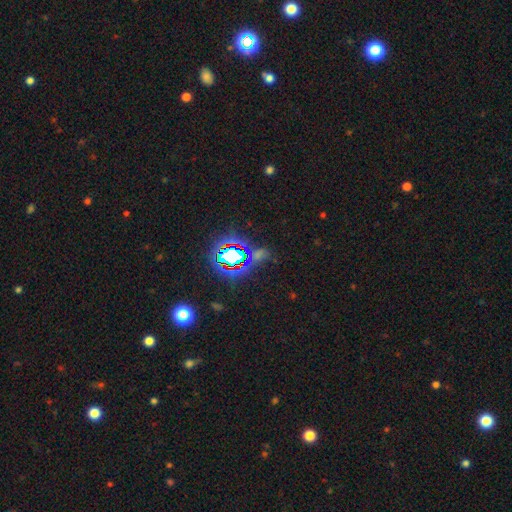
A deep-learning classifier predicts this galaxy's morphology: This appears to be a star or artifact, not a galaxy (68%).